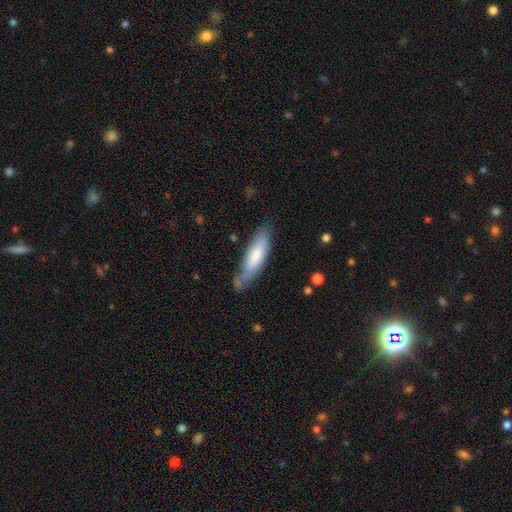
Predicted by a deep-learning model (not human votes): Overall: smooth (66%; featured or disk 28%). How rounded: cigar-shaped (59%; in between 40%). Merging: none (60%; minor disturbance 28%).